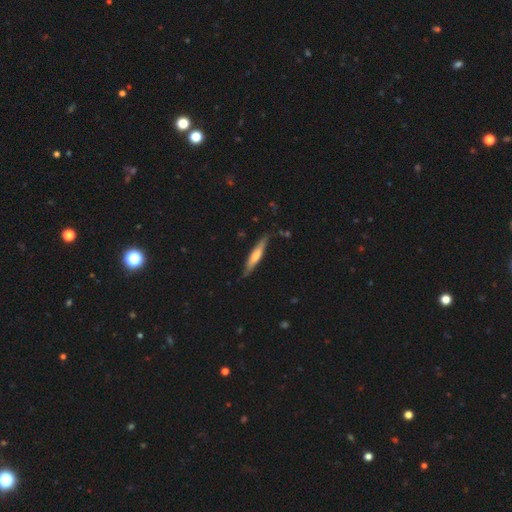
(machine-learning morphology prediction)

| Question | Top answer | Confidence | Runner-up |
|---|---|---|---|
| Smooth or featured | smooth | 51% | featured or disk (44%) |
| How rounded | cigar-shaped | 90% | in between (8%) |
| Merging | none | 80% | minor disturbance (15%) |